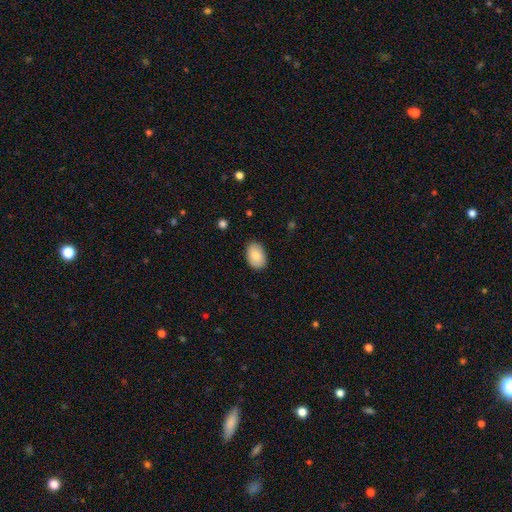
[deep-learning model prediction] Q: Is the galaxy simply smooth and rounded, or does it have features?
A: smooth — 86%.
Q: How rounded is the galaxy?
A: in between — 88%.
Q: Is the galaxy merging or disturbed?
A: none — 87%.